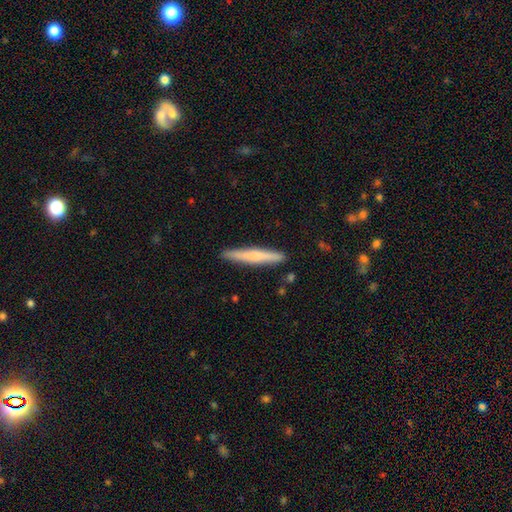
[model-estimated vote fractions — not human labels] A smooth galaxy with no disk features (59%) that is cigar-shaped (95%).

Vote fractions:
- Smooth or featured? smooth: 59% / featured or disk: 35% / star or artifact: 5%
- How rounded? cigar-shaped: 95% / in between: 4% / round: 1%
- Merging? none: 90% / minor disturbance: 7% / major disturbance: 1% / merger: 1%